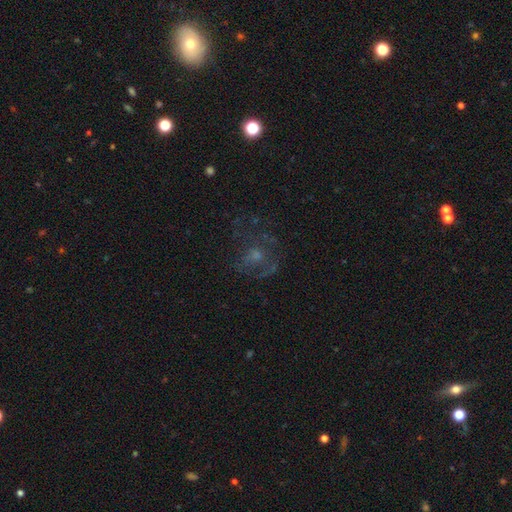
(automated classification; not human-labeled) A featured or disk galaxy (50%). Merging: none (50%).